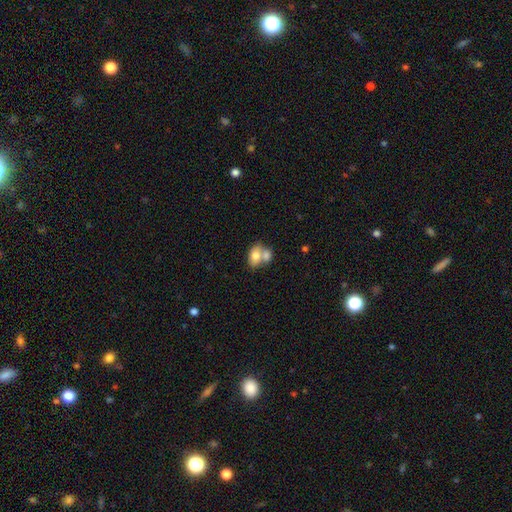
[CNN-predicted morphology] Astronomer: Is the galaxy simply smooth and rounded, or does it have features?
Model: smooth — 74%.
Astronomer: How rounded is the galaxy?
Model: in between — 75%.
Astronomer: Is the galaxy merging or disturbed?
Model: merger — 62%.